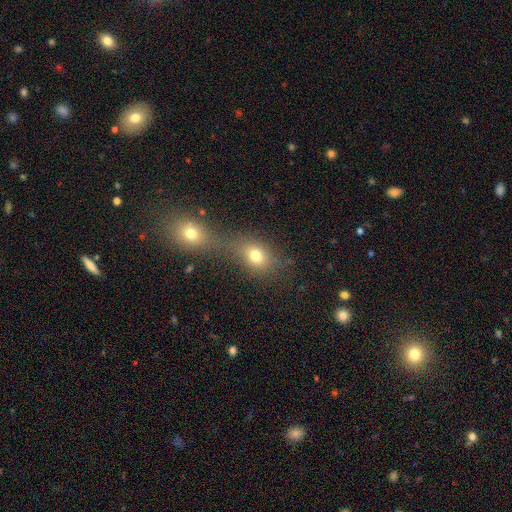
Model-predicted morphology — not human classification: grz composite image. It shows a smooth galaxy with no disk features (73%) that is in between round and cigar-shaped (50%). Merging: merger (57%).